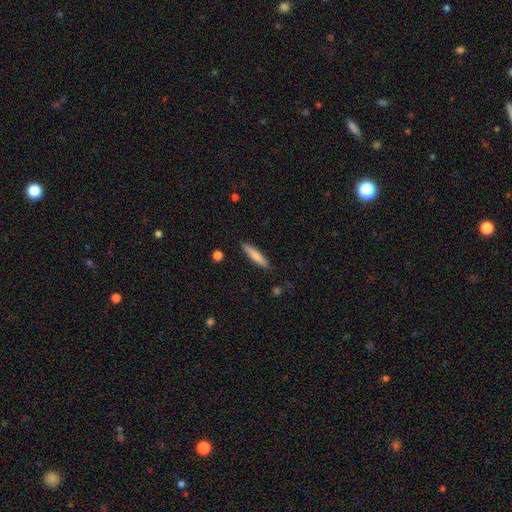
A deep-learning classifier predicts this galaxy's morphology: Smooth or featured: smooth — 73% (featured or disk — 21%)
How rounded: cigar-shaped — 85% (in between — 14%)
Merging: none — 87% (minor disturbance — 9%)